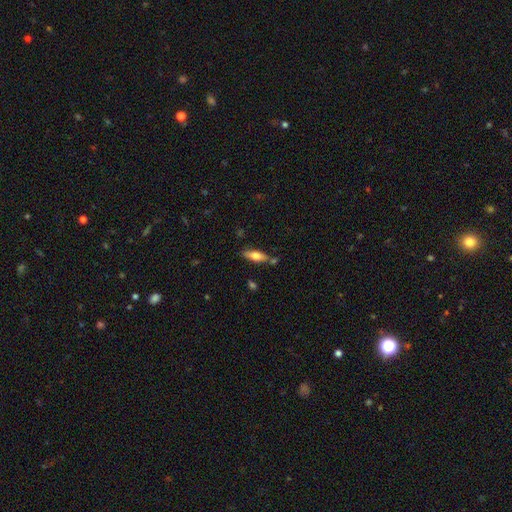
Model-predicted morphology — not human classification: Smooth or featured: smooth — 63% (featured or disk — 31%)
How rounded: in between — 52% (cigar-shaped — 46%)
Merging: none — 72% (minor disturbance — 15%)